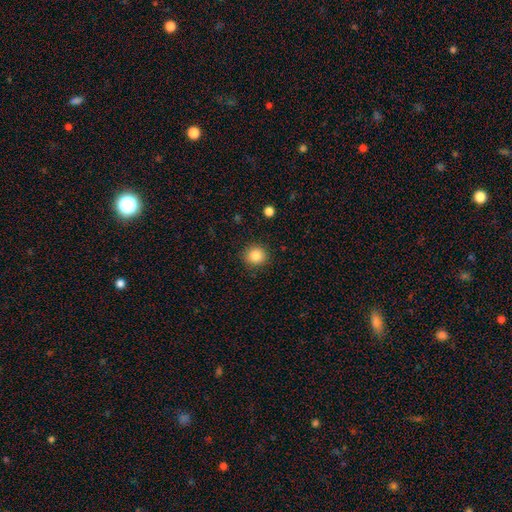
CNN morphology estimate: Smooth or featured: smooth — 85% (star or artifact — 10%)
How rounded: round — 89% (in between — 10%)
Merging: none — 90% (minor disturbance — 7%)